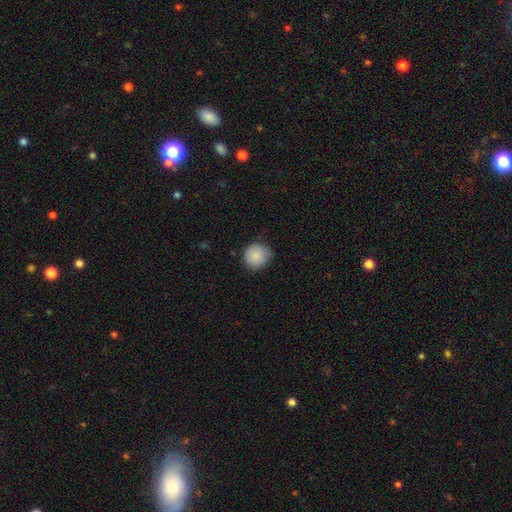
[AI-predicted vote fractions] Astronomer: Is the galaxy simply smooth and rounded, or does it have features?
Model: smooth — 87%.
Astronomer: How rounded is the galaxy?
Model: round — 90%.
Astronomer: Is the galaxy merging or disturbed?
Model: none — 77%.